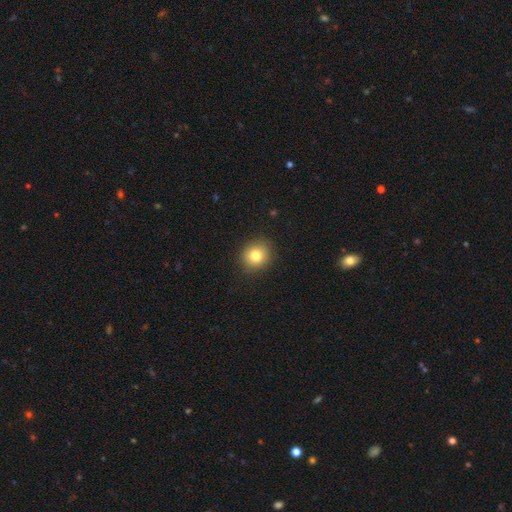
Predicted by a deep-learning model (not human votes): This is clearly a smooth galaxy (81%). How rounded: clearly round (81%). Merging: clearly none (89%).